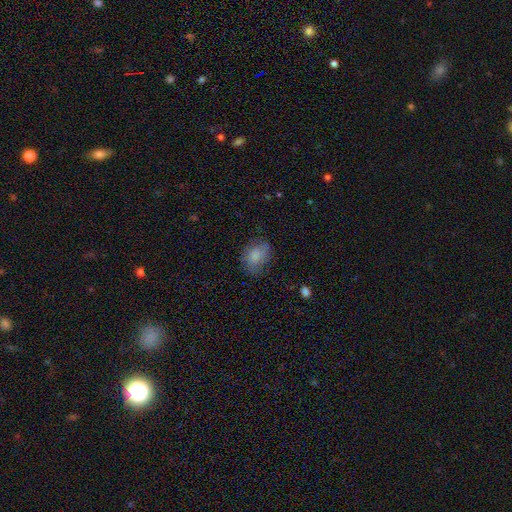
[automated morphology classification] Overall: smooth (81%). How rounded: in between (70%). Merging: none (67%).